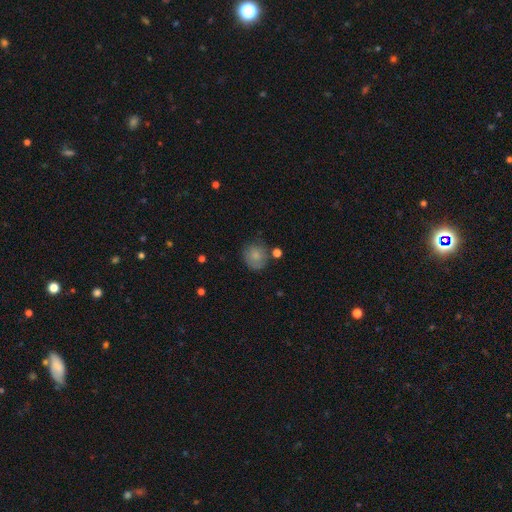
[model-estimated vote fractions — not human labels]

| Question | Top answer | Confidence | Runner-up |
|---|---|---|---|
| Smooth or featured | smooth | 79% | featured or disk (12%) |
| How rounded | round | 86% | in between (13%) |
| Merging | none | 70% | minor disturbance (19%) |